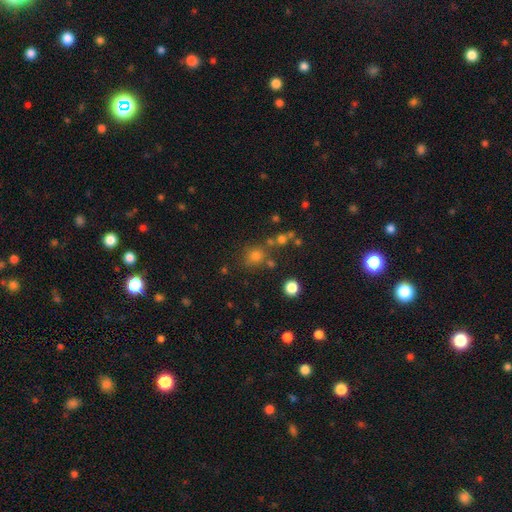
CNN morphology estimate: Smooth or featured?
  - smooth: 65% *
  - star or artifact: 26%
  - featured or disk: 9%
How rounded?
  - round: 81% *
  - in between: 18%
  - cigar-shaped: 1%
Merging?
  - none: 70% *
  - merger: 14%
  - minor disturbance: 11%
  - major disturbance: 5%